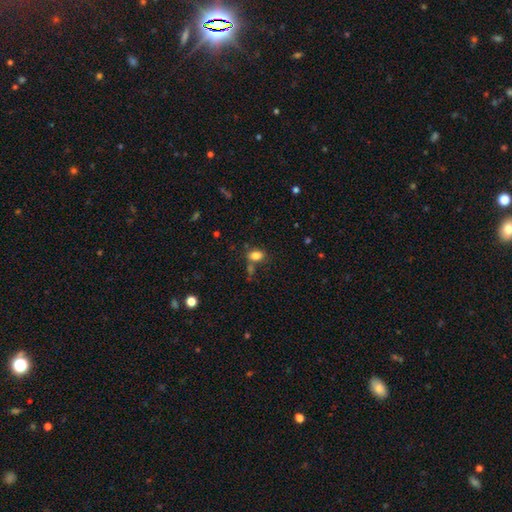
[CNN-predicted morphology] Overall: smooth (82%). How rounded: in between (81%). Merging: none (63%).